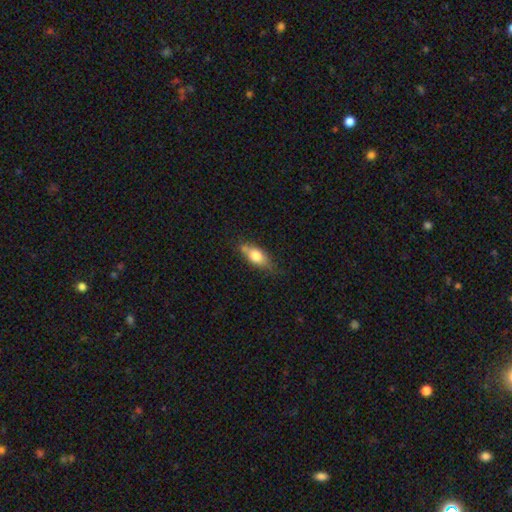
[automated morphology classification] A smooth galaxy with no disk features (70%) that is in between round and cigar-shaped (78%). Merging: none (59%).